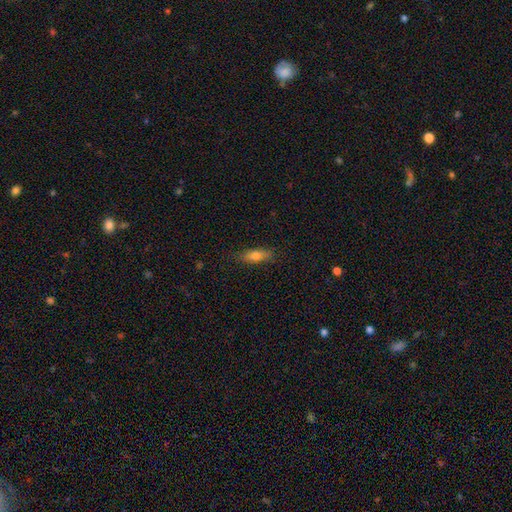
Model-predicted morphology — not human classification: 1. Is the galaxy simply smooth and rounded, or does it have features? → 75% smooth, 17% featured or disk, 8% star or artifact.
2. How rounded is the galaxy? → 60% in between, 37% cigar-shaped, 3% round.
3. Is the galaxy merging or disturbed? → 82% none, 14% minor disturbance, 3% major disturbance, 1% merger.